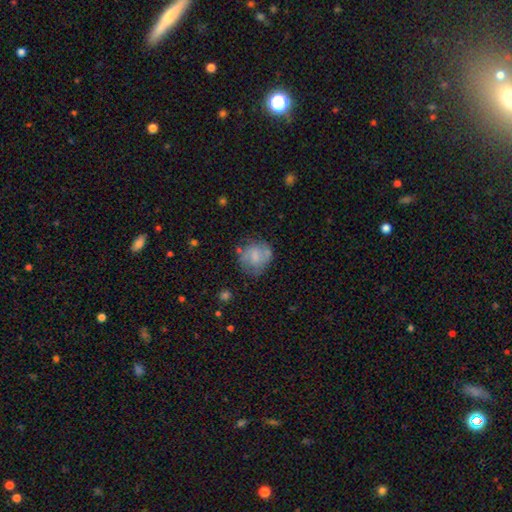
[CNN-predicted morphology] smooth-or-featured: smooth: 58% | featured or disk: 34% | star or artifact: 8%
  how-rounded: round: 76% | in between: 23% | cigar-shaped: 1%
  merging: none: 61% | minor disturbance: 24% | major disturbance: 11% | merger: 5%